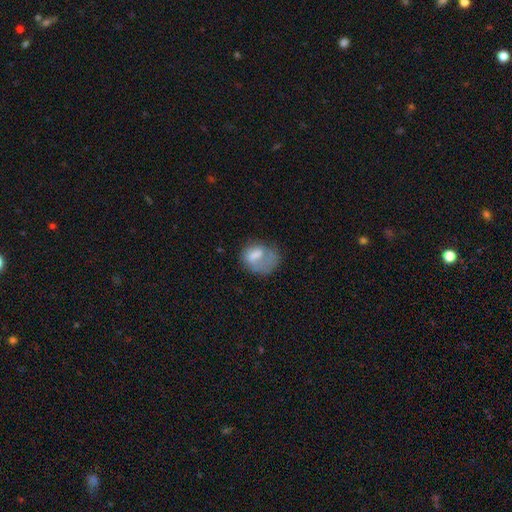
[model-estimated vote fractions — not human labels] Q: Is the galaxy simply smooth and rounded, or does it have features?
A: smooth — 62%.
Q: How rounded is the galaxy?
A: in between — 56%.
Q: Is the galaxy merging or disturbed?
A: major disturbance — 39%.